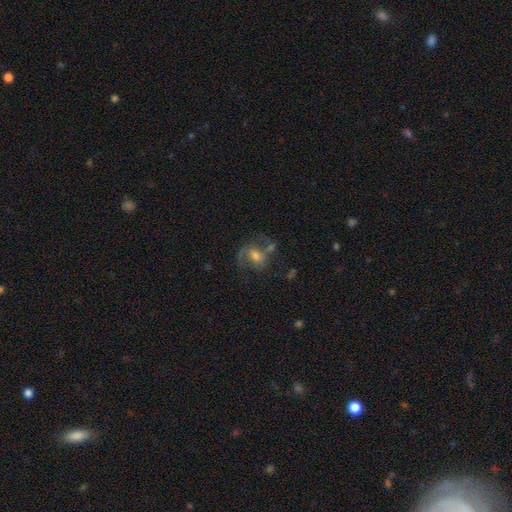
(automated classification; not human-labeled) A featured or disk galaxy (68%) with a weak bar (45%), 2 (78%) medium (51%) spiral arms (86%) and a moderate central bulge (56%).

Vote fractions:
- Smooth or featured? featured or disk: 68% / smooth: 21% / star or artifact: 11%
- Edge-on disk? no: 97% / yes: 3%
- Bar? weak: 45% / no: 38% / strong: 16%
- Spiral arms? yes: 86% / no: 14%
- Spiral winding? medium: 51% / loose: 34% / tight: 15%
- Spiral arm count? 2: 78% / 1: 9% / can't tell: 8% / 3: 2% / 4: 1% / more than 4: 1%
- Bulge size? moderate: 56% / small: 27% / large: 11% / none: 5% / dominant: 2%
- Merging? none: 50% / major disturbance: 18% / minor disturbance: 18% / merger: 14%